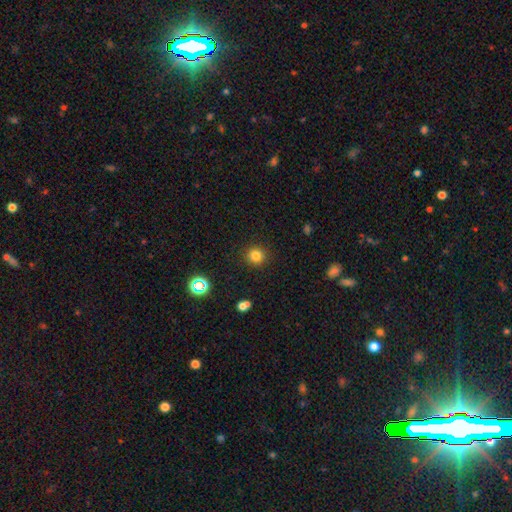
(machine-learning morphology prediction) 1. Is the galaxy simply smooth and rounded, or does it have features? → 81% smooth, 14% star or artifact, 5% featured or disk.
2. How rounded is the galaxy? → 93% round, 6% in between, 1% cigar-shaped.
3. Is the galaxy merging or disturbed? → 91% none, 6% minor disturbance, 2% major disturbance, 1% merger.